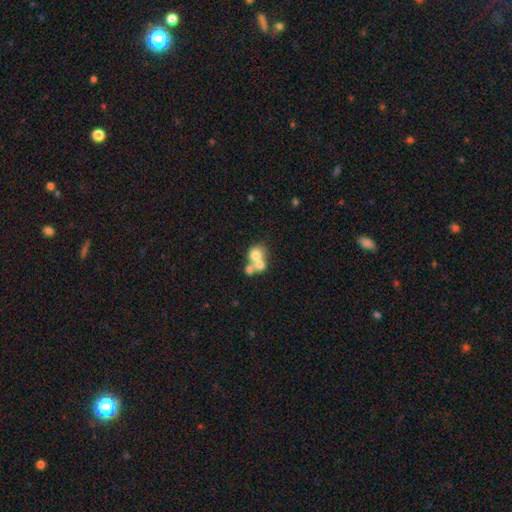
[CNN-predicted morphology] Overall: smooth (64%; featured or disk 25%). How rounded: round (77%). Merging: merger (62%; none 28%).